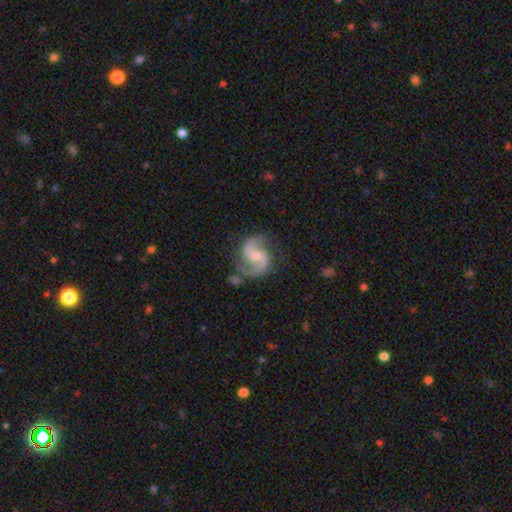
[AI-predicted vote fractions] Smooth or featured: featured or disk — 90% (star or artifact — 5%)
Edge-on disk: no — 98% (yes — 2%)
Bar: no — 46% (weak — 41%)
Spiral arms: yes — 98% (no — 2%)
Spiral winding: medium — 57% (loose — 29%)
Spiral arm count: 2 — 93% (can't tell — 2%)
Bulge size: small — 52% (moderate — 43%)
Merging: none — 76% (minor disturbance — 16%)